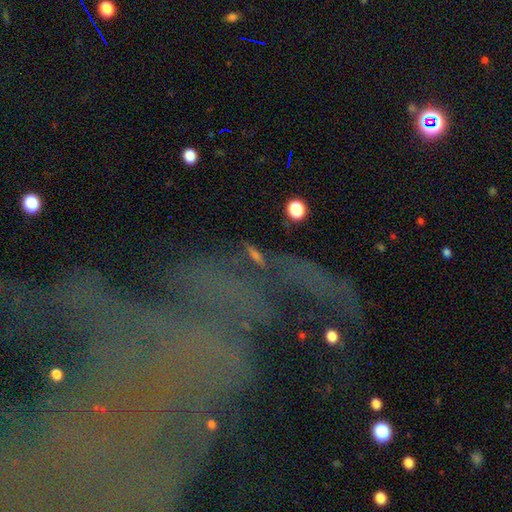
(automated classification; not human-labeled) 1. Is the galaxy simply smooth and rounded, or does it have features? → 39% smooth, 31% featured or disk, 31% star or artifact.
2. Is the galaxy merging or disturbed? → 71% none, 12% minor disturbance, 9% major disturbance, 8% merger.